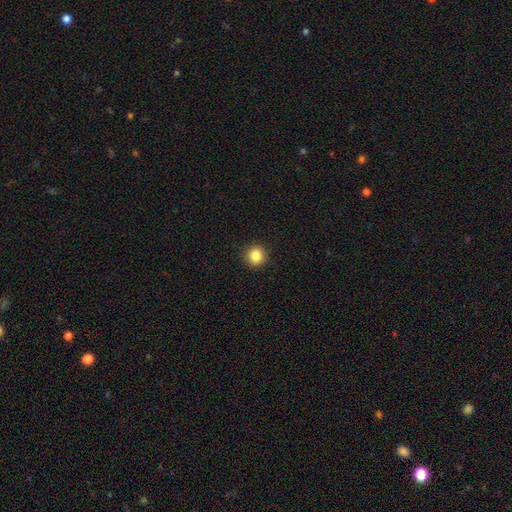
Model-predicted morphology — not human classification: Smooth or featured? Predicted: smooth (p=0.85). How rounded? Predicted: round (p=0.92). Merging? Predicted: none (p=0.92).